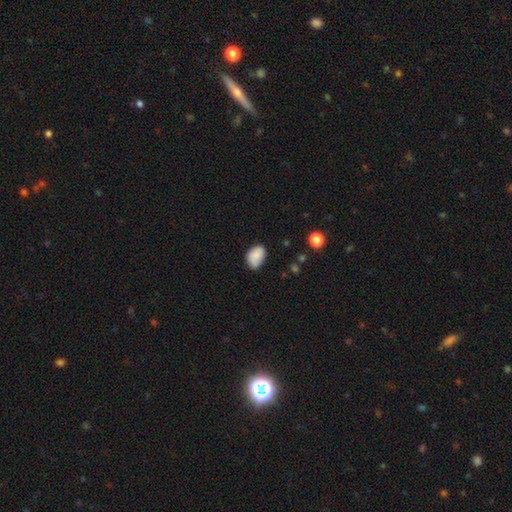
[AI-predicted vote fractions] smooth-or-featured: smooth: 86% | star or artifact: 8% | featured or disk: 6%
  how-rounded: in between: 82% | round: 17% | cigar-shaped: 1%
  merging: none: 69% | minor disturbance: 25% | major disturbance: 4% | merger: 2%